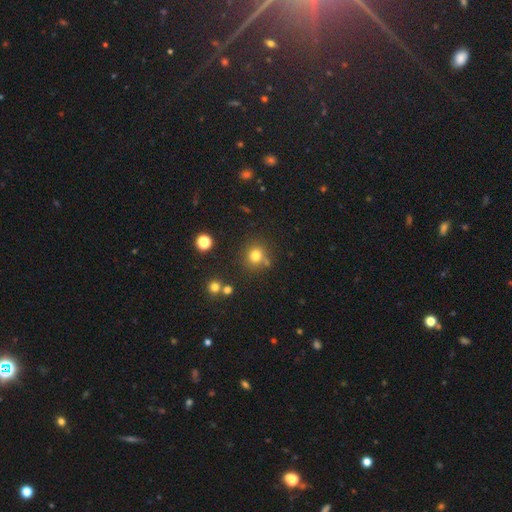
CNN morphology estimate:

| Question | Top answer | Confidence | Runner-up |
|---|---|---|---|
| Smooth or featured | smooth | 76% | star or artifact (16%) |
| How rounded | round | 86% | in between (13%) |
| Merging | none | 73% | minor disturbance (12%) |